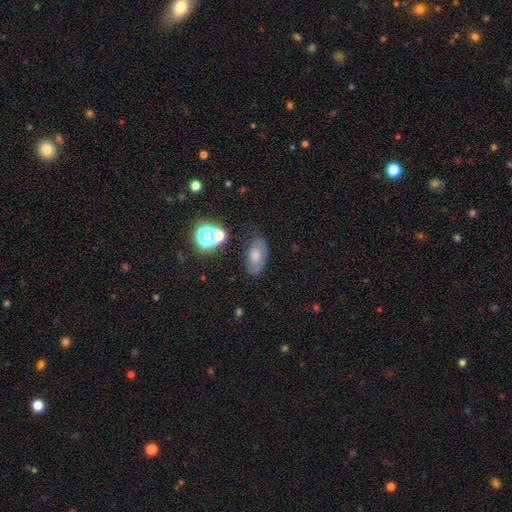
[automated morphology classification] A smooth galaxy with no disk features (46%). Merging: none (69%).